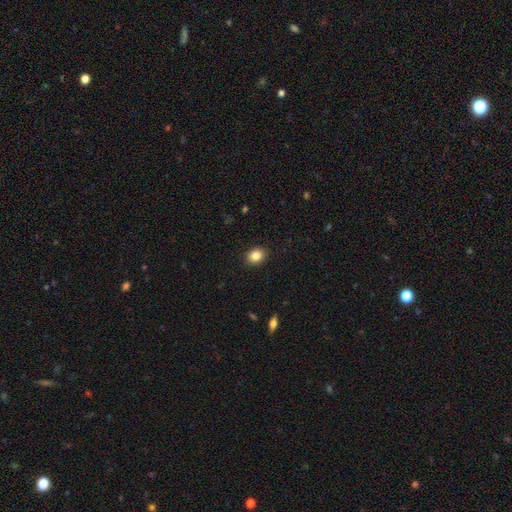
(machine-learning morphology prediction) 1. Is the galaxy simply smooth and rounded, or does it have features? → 84% smooth, 10% star or artifact, 6% featured or disk.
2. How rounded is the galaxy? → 54% in between, 45% round, 1% cigar-shaped.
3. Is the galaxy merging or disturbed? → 90% none, 7% minor disturbance, 2% major disturbance, 1% merger.